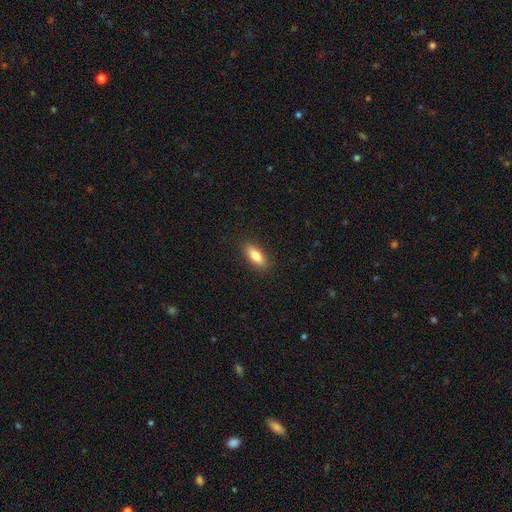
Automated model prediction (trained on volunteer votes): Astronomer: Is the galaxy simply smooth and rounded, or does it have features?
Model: smooth — 83%.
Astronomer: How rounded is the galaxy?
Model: in between — 77%.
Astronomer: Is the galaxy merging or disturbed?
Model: none — 88%.